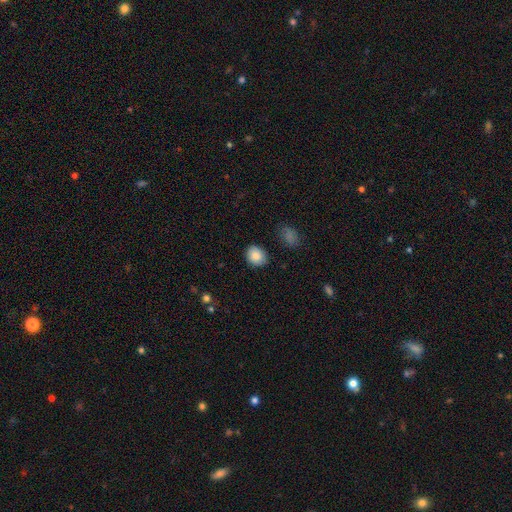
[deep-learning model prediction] smooth 87%, star or artifact 8%, featured or disk 5%. Down the decision tree: how rounded — round (63%); merging — none (83%).